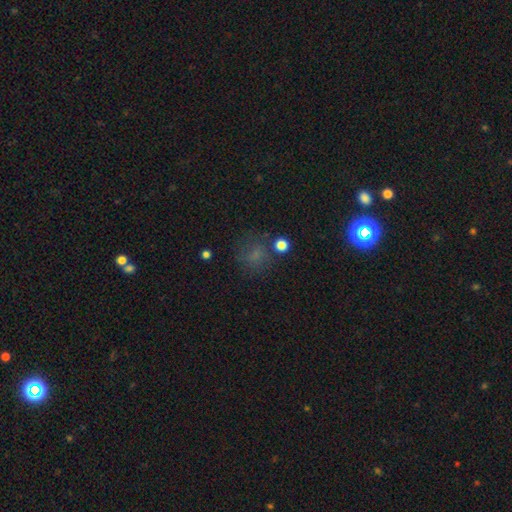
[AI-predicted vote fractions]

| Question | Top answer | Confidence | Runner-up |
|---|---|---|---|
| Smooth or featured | smooth | 64% | star or artifact (24%) |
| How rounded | round | 78% | in between (20%) |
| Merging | none | 68% | minor disturbance (16%) |